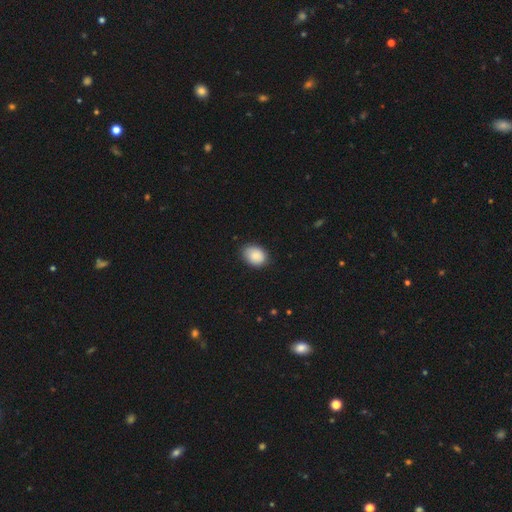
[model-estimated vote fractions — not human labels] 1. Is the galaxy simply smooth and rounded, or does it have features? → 88% smooth, 7% star or artifact, 5% featured or disk.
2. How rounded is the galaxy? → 68% in between, 31% round, 1% cigar-shaped.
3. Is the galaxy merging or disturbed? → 80% none, 17% minor disturbance, 3% major disturbance, 1% merger.